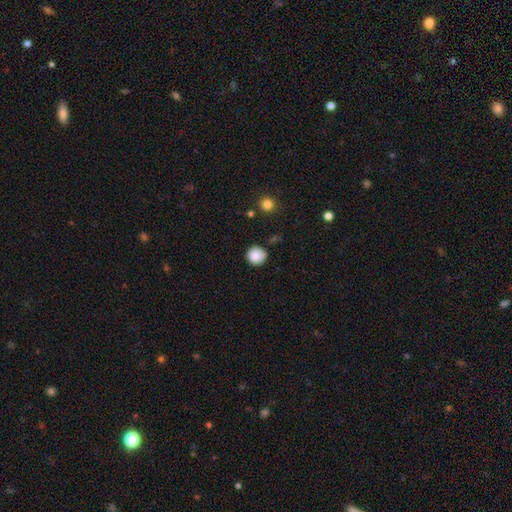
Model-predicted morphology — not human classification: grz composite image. It shows a smooth galaxy with no disk features (86%) that is round (94%). Merging: none (86%).